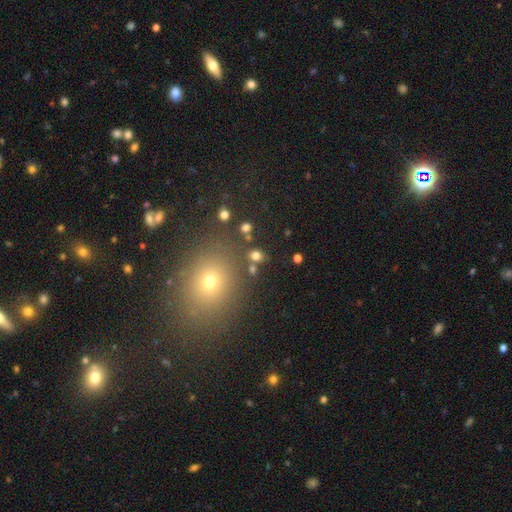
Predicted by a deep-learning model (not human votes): Smooth or featured? Predicted: smooth (p=0.73). How rounded? Predicted: round (p=0.50). Merging? Predicted: none (p=0.76).